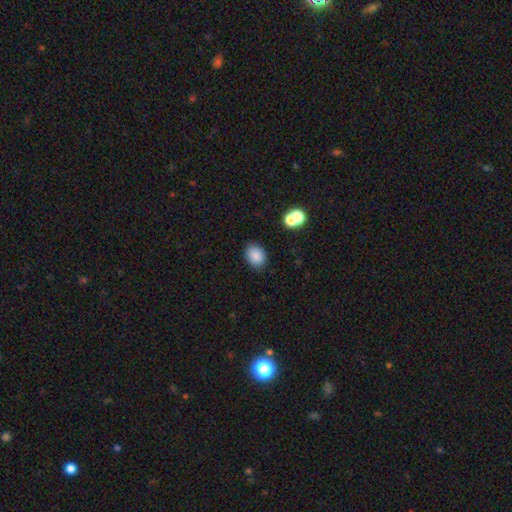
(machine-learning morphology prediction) This appears to be a smooth galaxy with no disk features (86%) that is in between round and cigar-shaped (58%). Merging: none (83%).